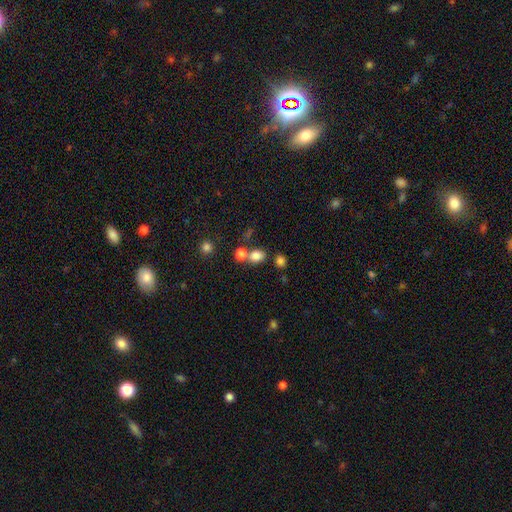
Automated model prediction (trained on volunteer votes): This is likely a smooth galaxy (80%). How rounded: possibly in between (50%). Merging: possibly none (56%).